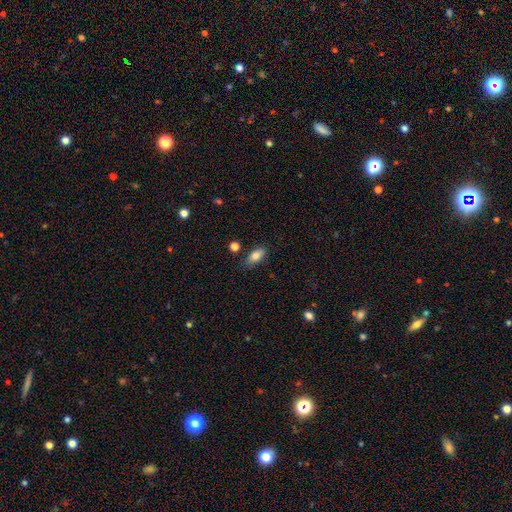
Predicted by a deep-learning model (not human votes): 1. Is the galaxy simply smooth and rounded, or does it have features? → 83% smooth, 9% featured or disk, 8% star or artifact.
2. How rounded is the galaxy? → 89% in between, 7% cigar-shaped, 4% round.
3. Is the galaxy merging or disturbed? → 81% none, 14% minor disturbance, 3% merger, 3% major disturbance.